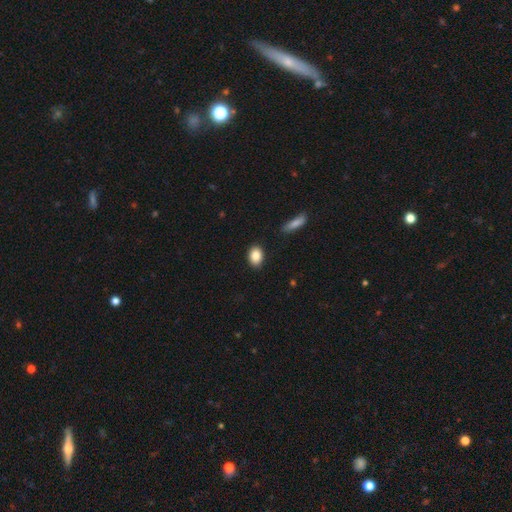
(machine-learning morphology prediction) This is clearly a smooth galaxy (87%). How rounded: likely in between (77%). Merging: clearly none (88%).